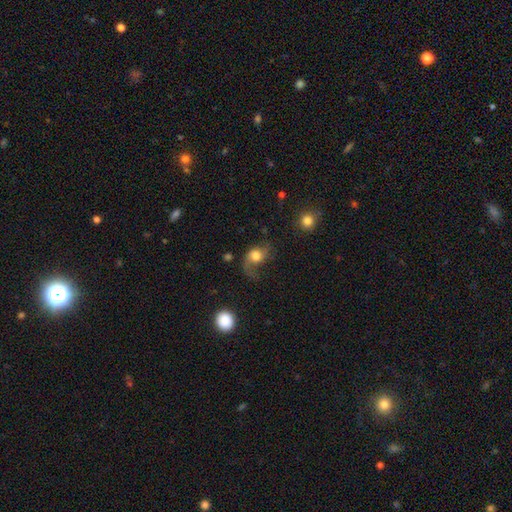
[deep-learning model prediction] smooth-or-featured: smooth: 50% | featured or disk: 41% | star or artifact: 10%
  merging: major disturbance: 42% | none: 34% | minor disturbance: 21% | merger: 3%